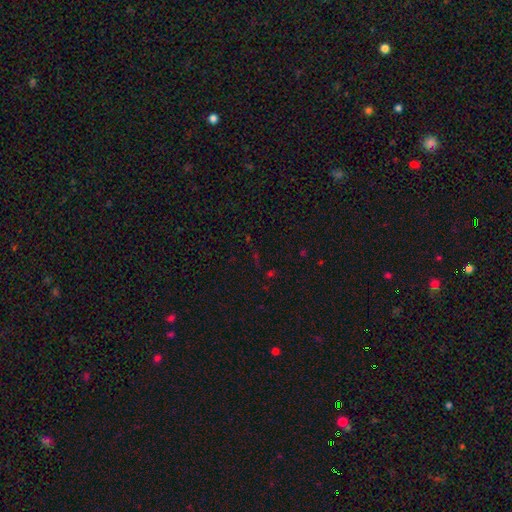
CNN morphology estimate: smooth-or-featured: star or artifact: 65% | smooth: 24% | featured or disk: 12%